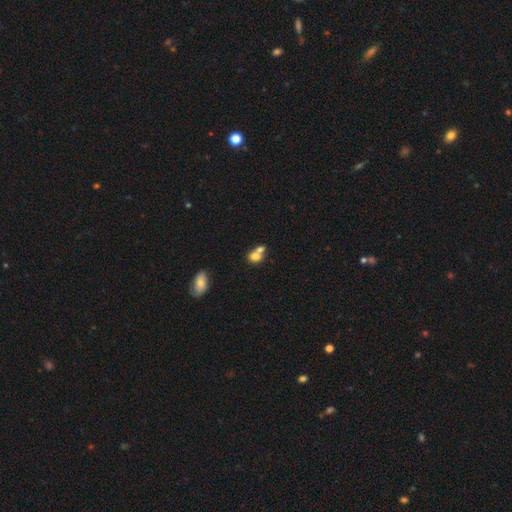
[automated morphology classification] A smooth galaxy with no disk features (74%) that is in between round and cigar-shaped (52%).

Vote fractions:
- Smooth or featured? smooth: 74% / featured or disk: 15% / star or artifact: 11%
- How rounded? in between: 52% / round: 46% / cigar-shaped: 2%
- Merging? merger: 55% / none: 32% / minor disturbance: 8% / major disturbance: 4%